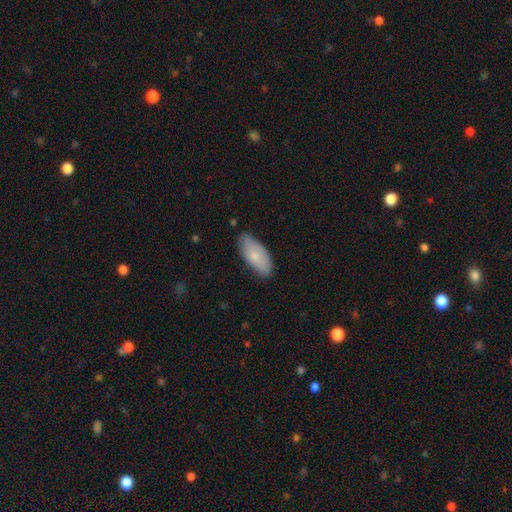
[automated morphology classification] smooth 74%, featured or disk 20%, star or artifact 6%. Down the decision tree: how rounded — in between (89%); merging — none (71%).